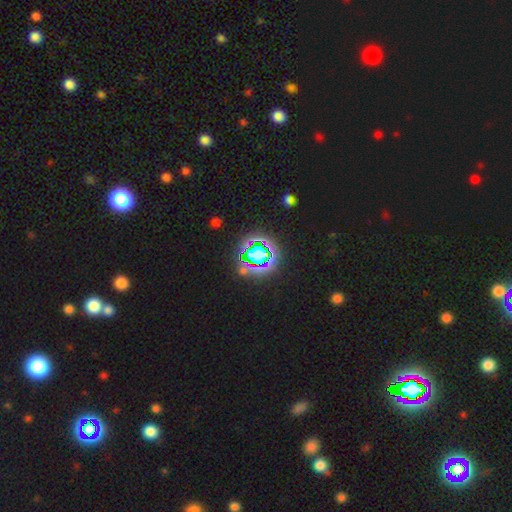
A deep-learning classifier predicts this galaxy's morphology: star or artifact 76%, smooth 16%, featured or disk 8%.